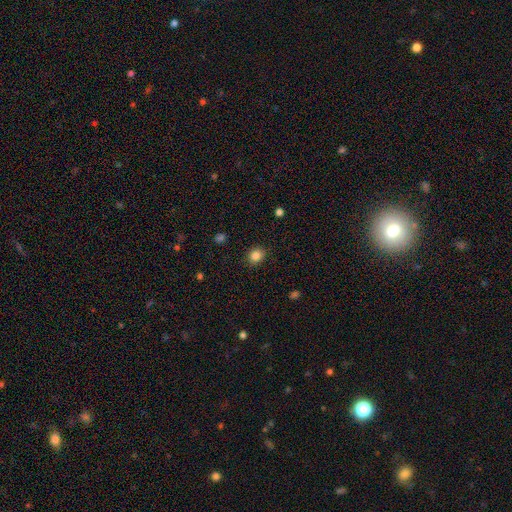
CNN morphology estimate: type=smooth (84%); roundness=round (73%); merging=none (90%).